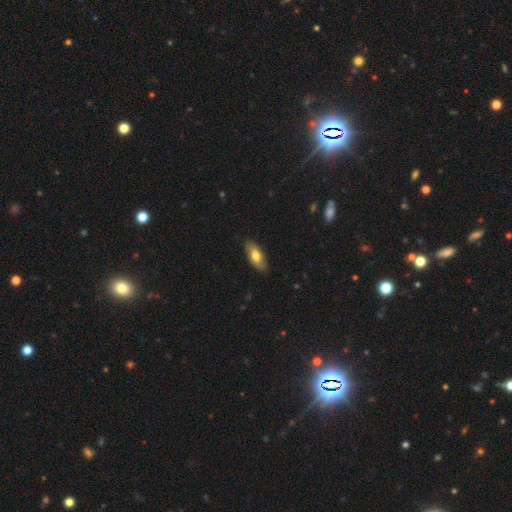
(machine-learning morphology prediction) Smooth or featured: smooth — 69% (featured or disk — 25%)
How rounded: in between — 84% (cigar-shaped — 13%)
Merging: none — 86% (minor disturbance — 11%)